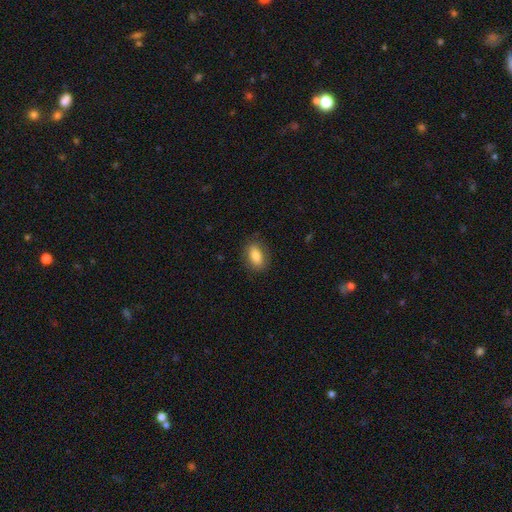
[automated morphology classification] Smooth or featured: smooth — 80% (featured or disk — 13%)
How rounded: in between — 87% (round — 9%)
Merging: none — 83% (minor disturbance — 12%)